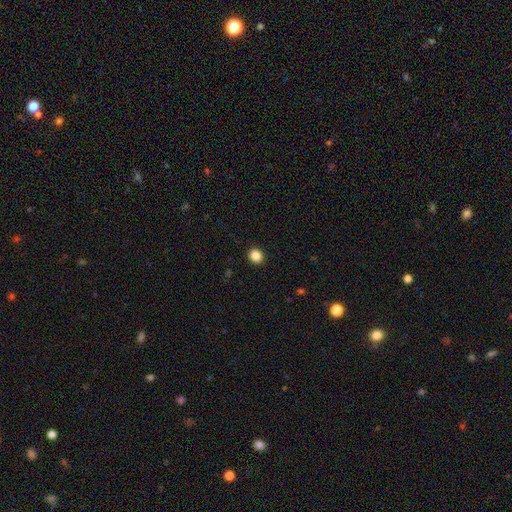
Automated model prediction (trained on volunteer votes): This is clearly a smooth galaxy (86%). How rounded: clearly round (83%). Merging: clearly none (93%).